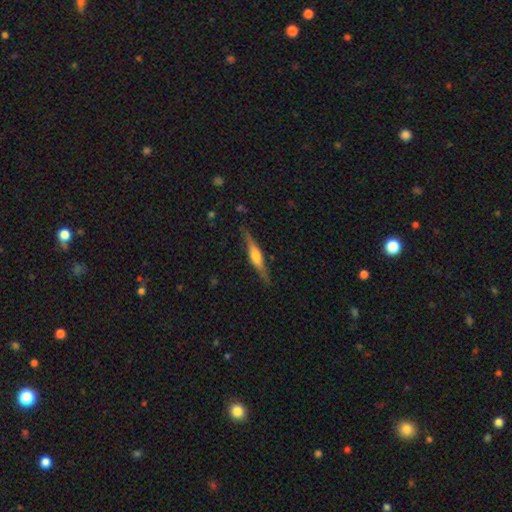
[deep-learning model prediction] Smooth or featured: featured or disk — 64% (smooth — 30%)
Edge-on disk: yes — 95% (no — 5%)
Edge-on bulge: rounded — 80% (boxy — 13%)
Merging: none — 83% (minor disturbance — 13%)